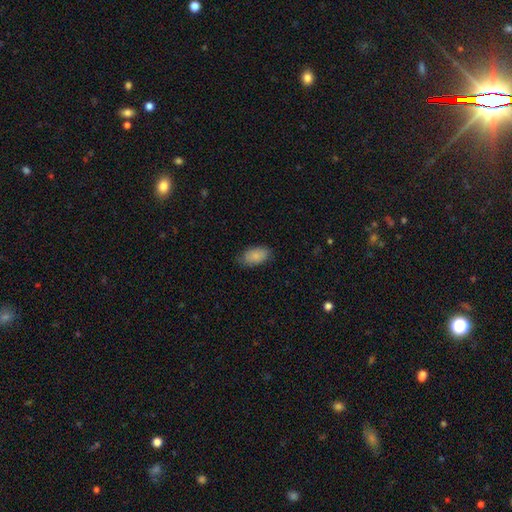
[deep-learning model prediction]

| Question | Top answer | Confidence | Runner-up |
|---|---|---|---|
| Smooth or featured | smooth | 87% | featured or disk (7%) |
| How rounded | in between | 94% | round (4%) |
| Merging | none | 77% | minor disturbance (18%) |